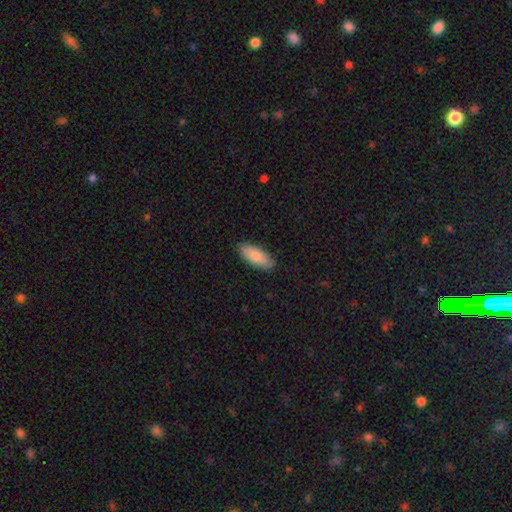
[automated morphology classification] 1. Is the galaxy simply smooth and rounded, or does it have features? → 82% smooth, 12% featured or disk, 5% star or artifact.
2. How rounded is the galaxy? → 81% in between, 17% cigar-shaped, 2% round.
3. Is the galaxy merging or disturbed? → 87% none, 11% minor disturbance, 2% major disturbance, 1% merger.